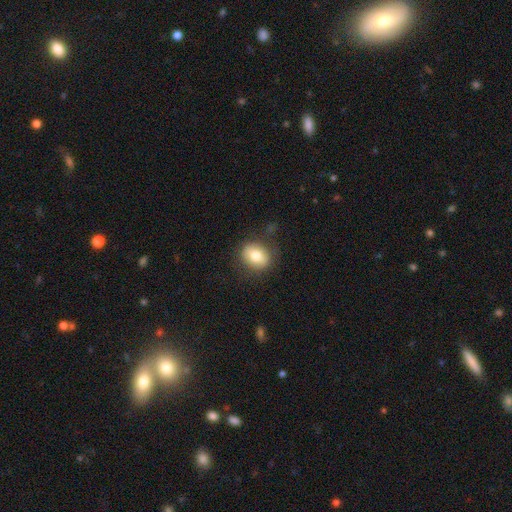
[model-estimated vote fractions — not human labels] The model was most divided on "how rounded": round: 53%, in between: 46%, cigar-shaped: 1%. More confident: merging — none (81%); smooth or featured — smooth (76%).